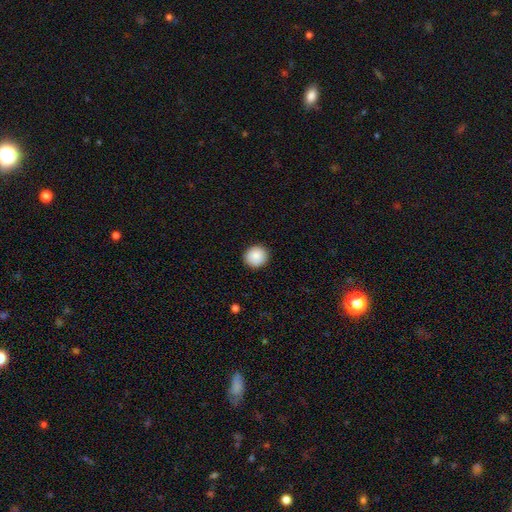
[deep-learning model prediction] This appears to be a smooth galaxy with no disk features (88%) that is round (86%). Merging: none (91%).